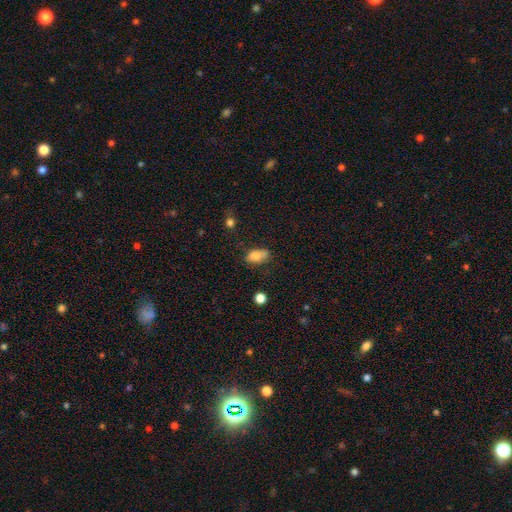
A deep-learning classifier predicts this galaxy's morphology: smooth_or_featured: smooth (p=0.78) [alt: featured or disk p=0.13]
how_rounded: in between (p=0.86) [alt: round p=0.09]
merging: none (p=0.54) [alt: minor disturbance p=0.29]